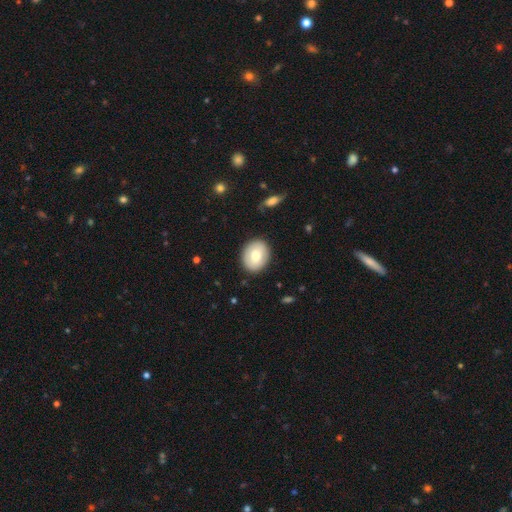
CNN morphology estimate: smooth-or-featured: smooth: 74% | featured or disk: 19% | star or artifact: 7%
  how-rounded: round: 52% | in between: 47% | cigar-shaped: 1%
  merging: none: 88% | minor disturbance: 8% | major disturbance: 2% | merger: 1%